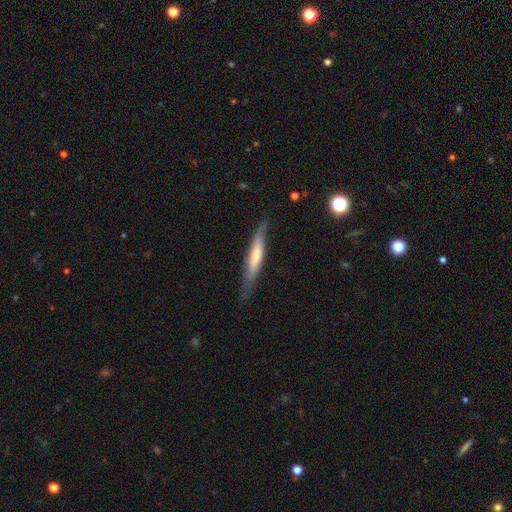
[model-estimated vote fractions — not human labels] Q: Smooth or featured?
A: smooth (53%); runner-up: featured or disk (41%)
Q: How rounded?
A: cigar-shaped (89%); runner-up: in between (9%)
Q: Merging?
A: none (76%); runner-up: minor disturbance (18%)